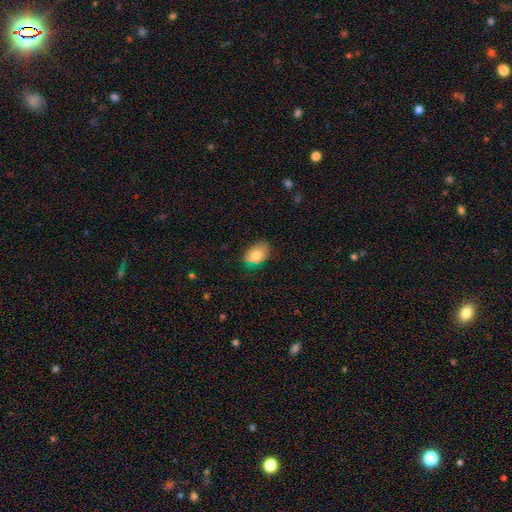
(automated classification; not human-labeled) Smooth or featured?
  - smooth: 81% *
  - featured or disk: 12%
  - star or artifact: 8%
How rounded?
  - in between: 85% *
  - round: 13%
  - cigar-shaped: 1%
Merging?
  - none: 76% *
  - minor disturbance: 20%
  - major disturbance: 3%
  - merger: 1%